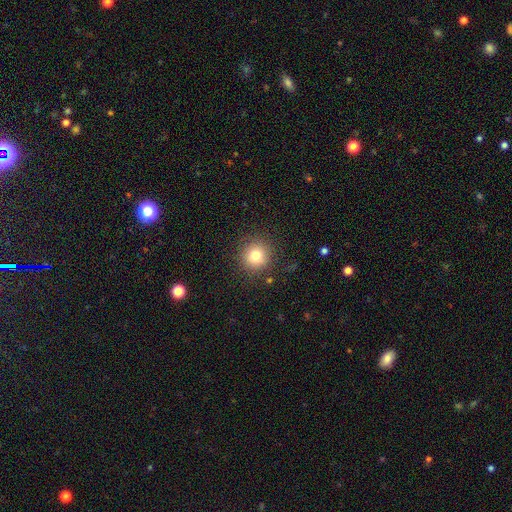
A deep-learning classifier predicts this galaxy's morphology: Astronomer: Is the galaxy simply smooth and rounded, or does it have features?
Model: smooth — 79%.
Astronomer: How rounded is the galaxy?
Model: round — 93%.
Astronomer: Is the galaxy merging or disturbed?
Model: none — 88%.